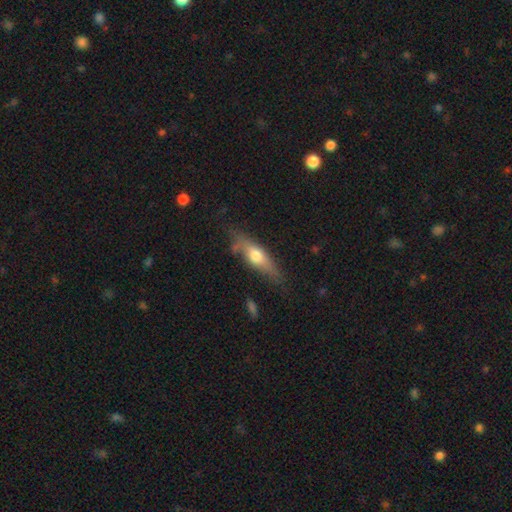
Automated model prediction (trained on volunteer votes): This is possibly a smooth galaxy (52%). How rounded: possibly cigar-shaped (55%). Merging: likely none (69%).